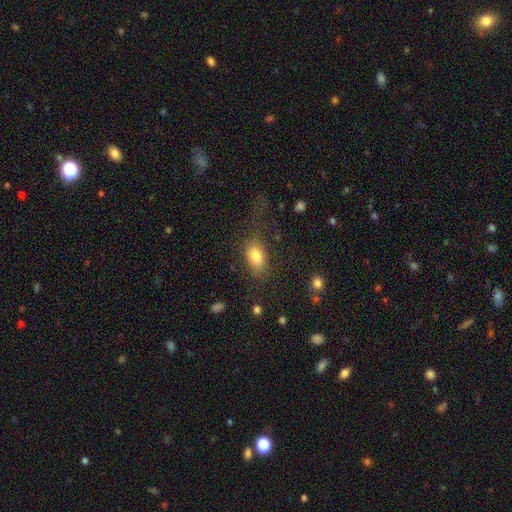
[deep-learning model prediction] smooth-or-featured: smooth: 80% | featured or disk: 11% | star or artifact: 10%
  how-rounded: in between: 83% | round: 14% | cigar-shaped: 3%
  merging: none: 60% | minor disturbance: 19% | major disturbance: 18% | merger: 3%